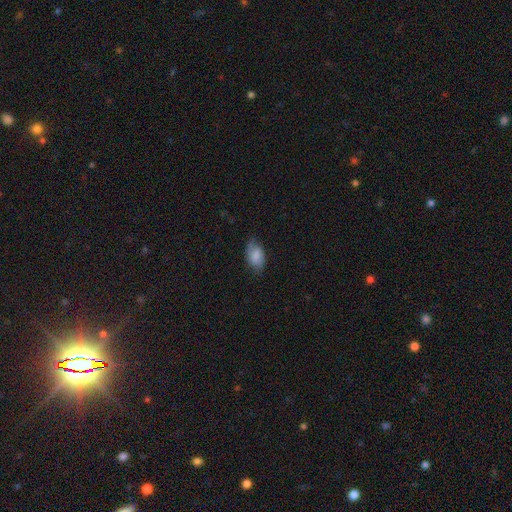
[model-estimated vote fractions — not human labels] A smooth galaxy with no disk features (70%) that is in between round and cigar-shaped (92%).

Vote fractions:
- Smooth or featured? smooth: 70% / featured or disk: 23% / star or artifact: 8%
- How rounded? in between: 92% / round: 7% / cigar-shaped: 2%
- Merging? none: 66% / minor disturbance: 26% / major disturbance: 7% / merger: 1%